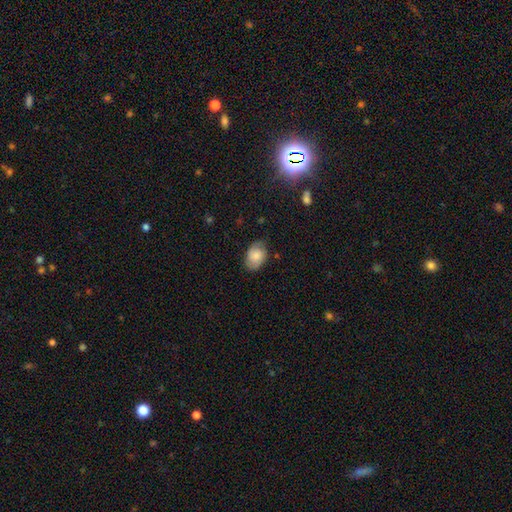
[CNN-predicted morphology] The model was most divided on "smooth or featured": smooth: 68%, featured or disk: 24%, star or artifact: 8%. More confident: how rounded — in between (80%); merging — none (74%).